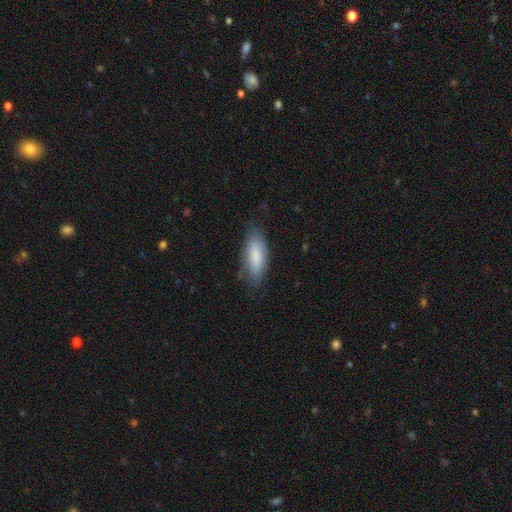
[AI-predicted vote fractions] smooth-or-featured: smooth: 78% | featured or disk: 15% | star or artifact: 6%
  how-rounded: in between: 71% | cigar-shaped: 27% | round: 2%
  merging: none: 71% | minor disturbance: 22% | major disturbance: 6% | merger: 1%